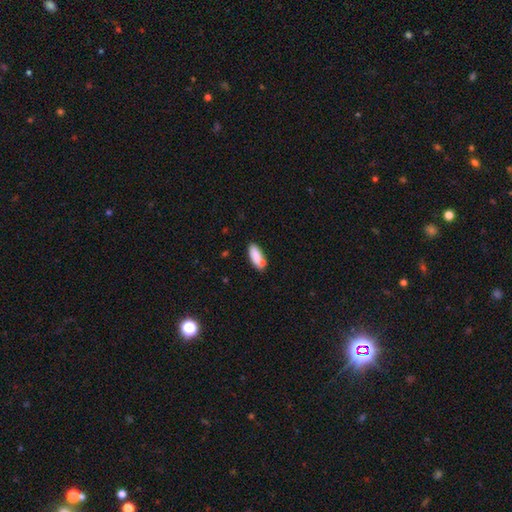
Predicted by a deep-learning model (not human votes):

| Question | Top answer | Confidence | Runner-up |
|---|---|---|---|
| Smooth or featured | smooth | 85% | featured or disk (8%) |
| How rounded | in between | 74% | cigar-shaped (24%) |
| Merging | none | 66% | minor disturbance (17%) |